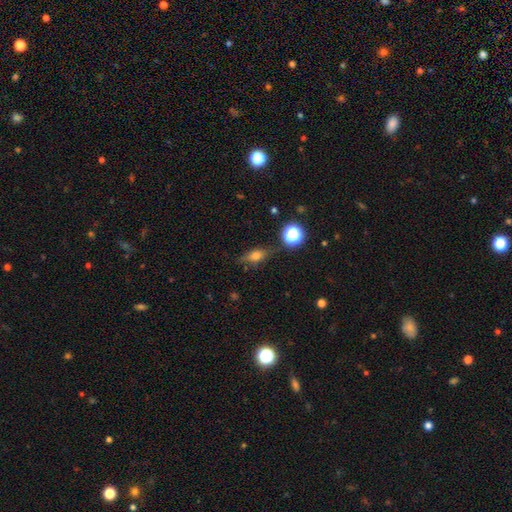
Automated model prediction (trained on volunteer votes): Smooth or featured? Predicted: smooth (p=0.56). How rounded? Predicted: in between (p=0.61). Merging? Predicted: none (p=0.73).